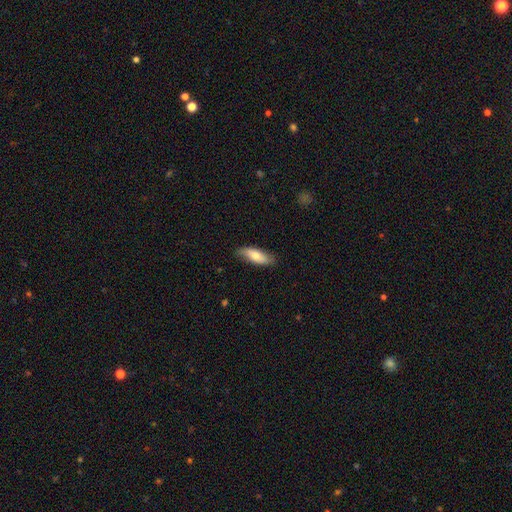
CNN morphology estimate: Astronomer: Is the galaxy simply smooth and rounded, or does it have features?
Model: smooth — 73%.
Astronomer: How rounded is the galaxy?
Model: in between — 62%.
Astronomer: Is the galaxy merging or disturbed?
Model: none — 79%.